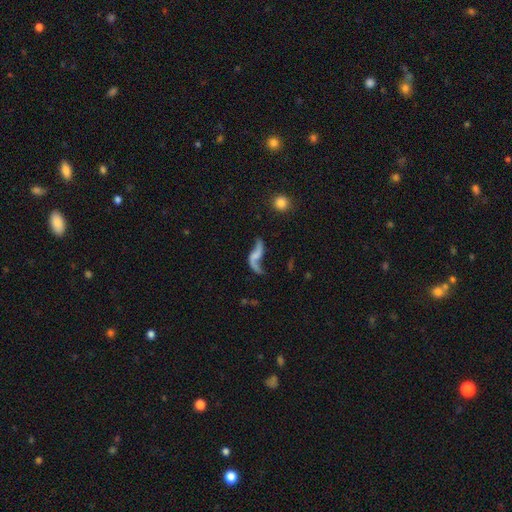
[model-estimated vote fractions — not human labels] Overall: featured or disk (80%). Edge-on disk: no (95%). Bar: no (52%; weak 33%). Spiral arms: yes (92%). Spiral arm count: 2 (89%). Spiral winding: loose (94%). Bulge size: none (59%; small 25%). Merging: none (57%; major disturbance 18%).